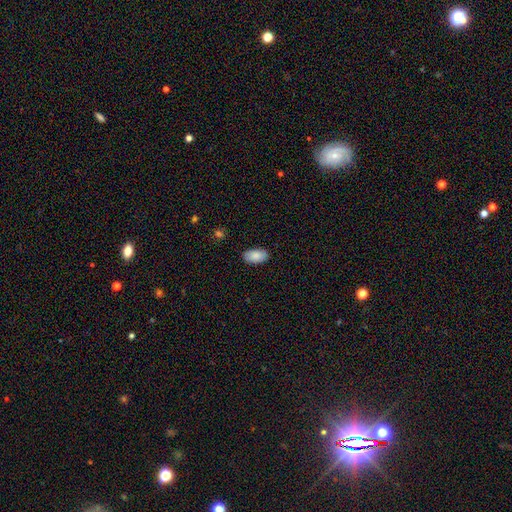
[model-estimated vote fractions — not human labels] This is clearly a smooth galaxy (86%). How rounded: clearly in between (95%). Merging: clearly none (87%).